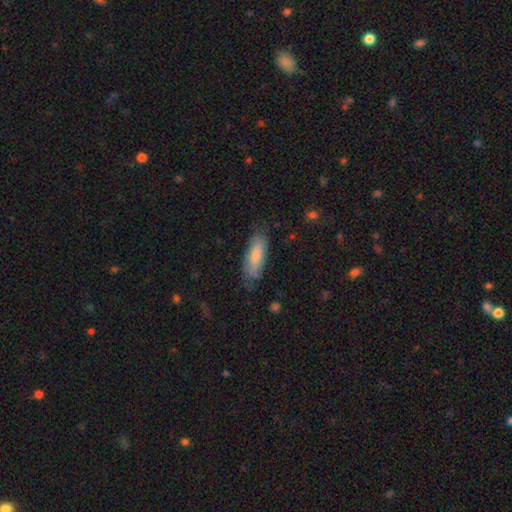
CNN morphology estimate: Overall: smooth (73%). How rounded: in between (62%; cigar-shaped 36%). Merging: none (73%).